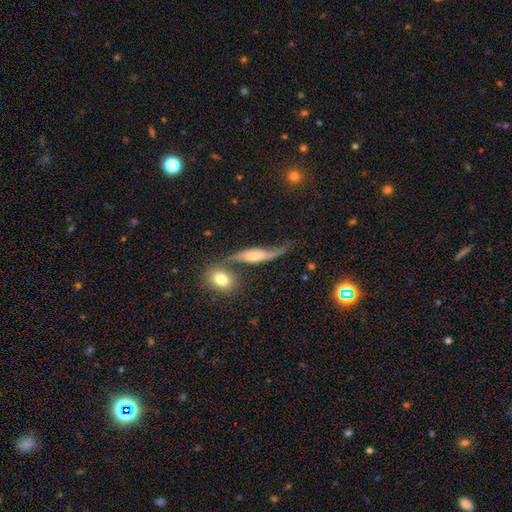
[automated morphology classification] Smooth or featured: featured or disk — 74% (smooth — 18%)
Edge-on disk: no — 69% (yes — 31%)
Bar: no — 53% (weak — 31%)
Spiral arms: yes — 91% (no — 9%)
Bulge size: small — 40% (moderate — 37%)
Merging: none — 50% (minor disturbance — 22%)